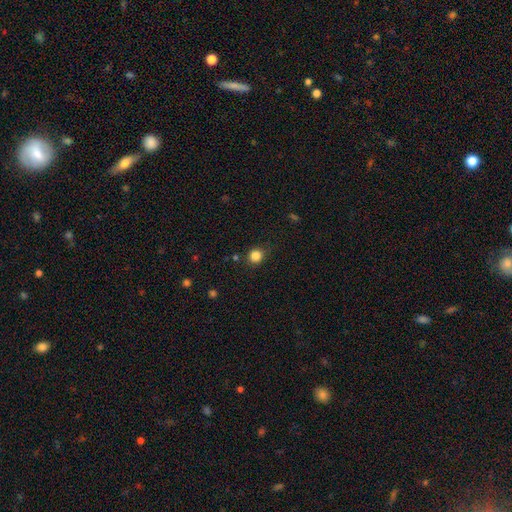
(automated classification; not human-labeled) smooth 84%, star or artifact 12%, featured or disk 4%. Down the decision tree: how rounded — round (88%); merging — none (84%).